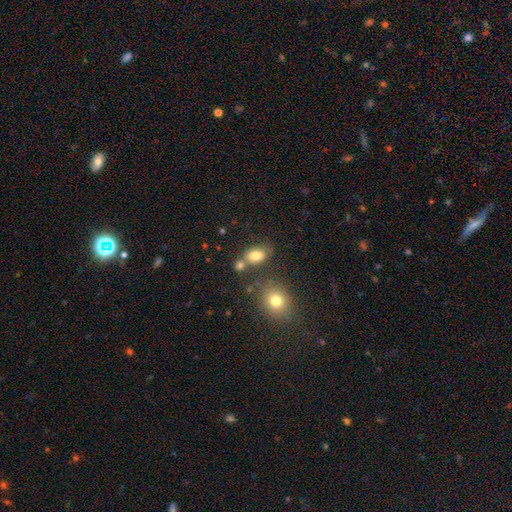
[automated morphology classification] This appears to be a smooth galaxy with no disk features (79%) that is in between round and cigar-shaped (81%). Merging: none (58%).